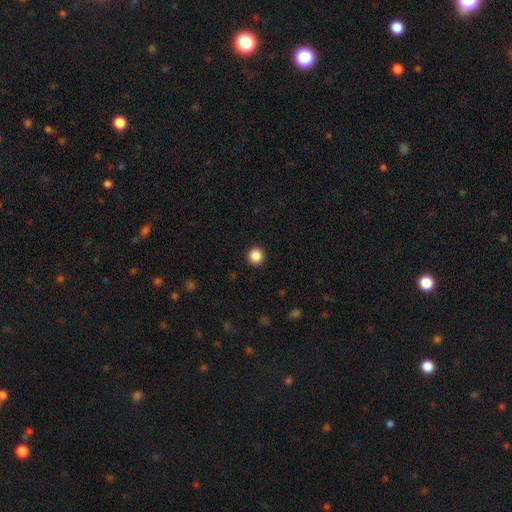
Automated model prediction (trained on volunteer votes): A smooth galaxy with no disk features (87%) that is round (95%).

Vote fractions:
- Smooth or featured? smooth: 87% / star or artifact: 10% / featured or disk: 3%
- How rounded? round: 95% / in between: 4% / cigar-shaped: 1%
- Merging? none: 93% / minor disturbance: 4% / major disturbance: 2% / merger: 1%